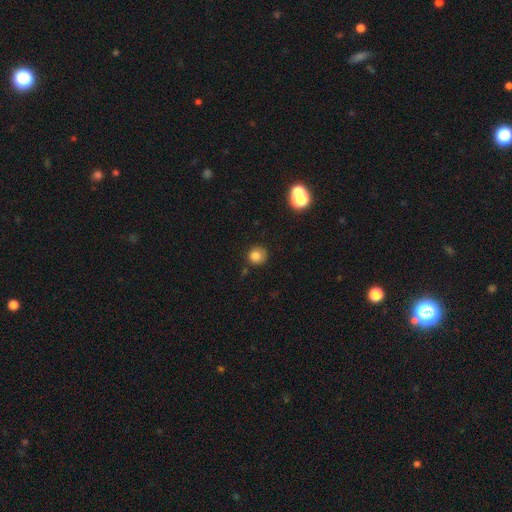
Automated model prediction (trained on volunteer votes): This appears to be a smooth galaxy with no disk features (82%) that is round (91%). Merging: none (79%).